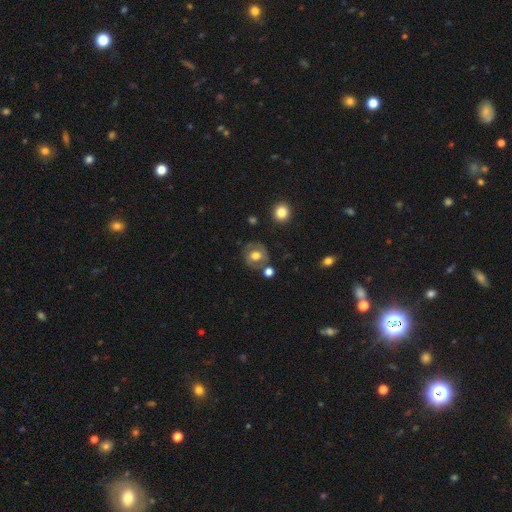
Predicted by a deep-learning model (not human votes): smooth_or_featured: smooth (p=0.49) [alt: featured or disk p=0.43]
merging: none (p=0.72) [alt: minor disturbance p=0.15]